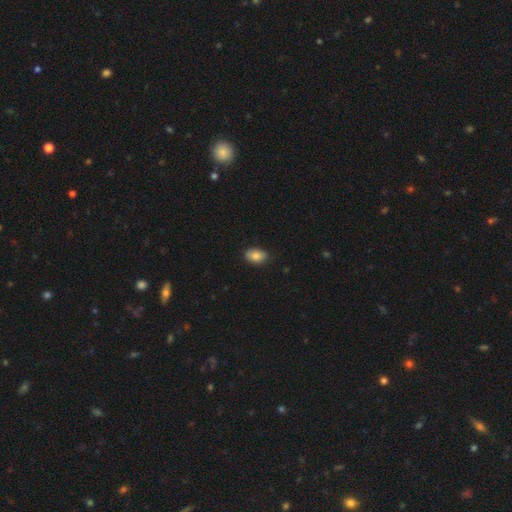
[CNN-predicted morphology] A smooth galaxy with no disk features (84%) that is in between round and cigar-shaped (85%). Merging: none (86%).